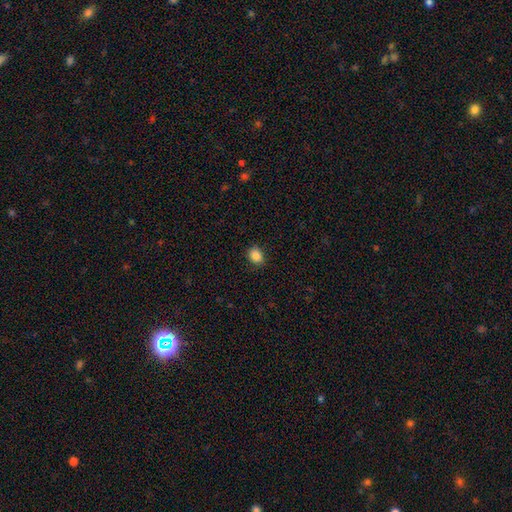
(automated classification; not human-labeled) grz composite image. It shows a smooth galaxy with no disk features (86%) that is round (50%). Merging: none (86%).